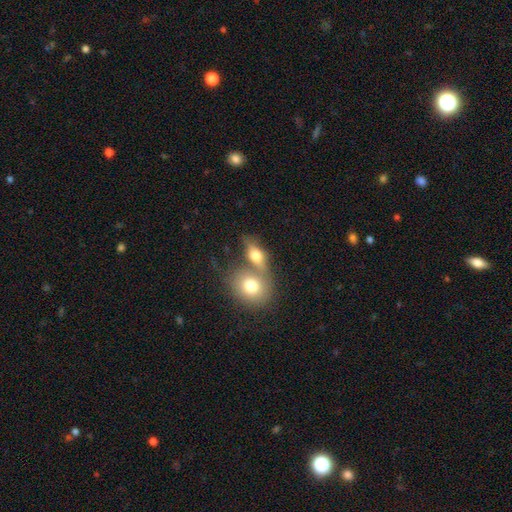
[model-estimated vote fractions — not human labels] Smooth or featured? Predicted: smooth (p=0.71). How rounded? Predicted: in between (p=0.64). Merging? Predicted: merger (p=0.52).